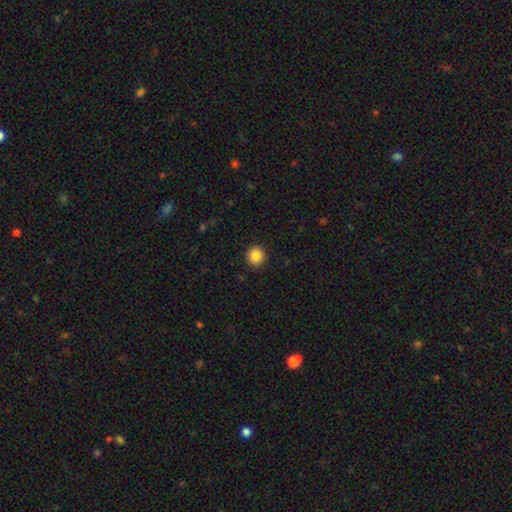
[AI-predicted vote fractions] Smooth or featured? smooth (88%)
How rounded? round (91%)
Merging? none (92%)